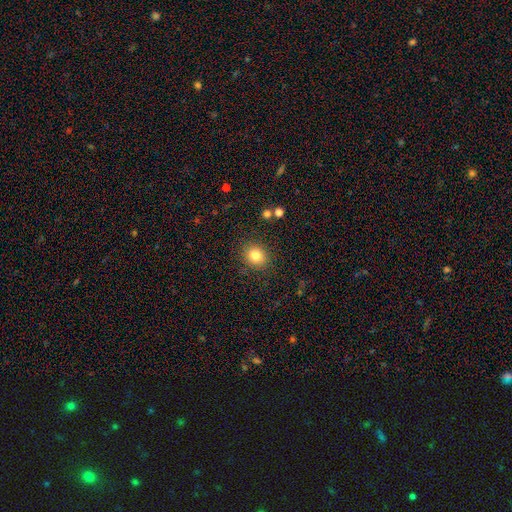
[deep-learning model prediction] Smooth or featured: smooth — 81% (star or artifact — 12%)
How rounded: round — 75% (in between — 24%)
Merging: none — 88% (minor disturbance — 8%)